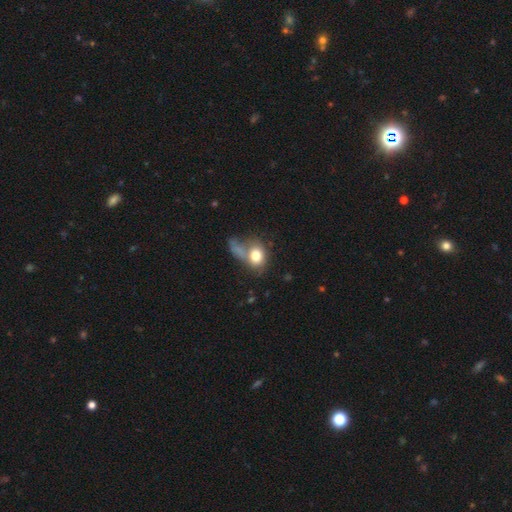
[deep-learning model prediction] smooth 75%, featured or disk 16%, star or artifact 9%. Down the decision tree: how rounded — in between (57%); merging — merger (30%).